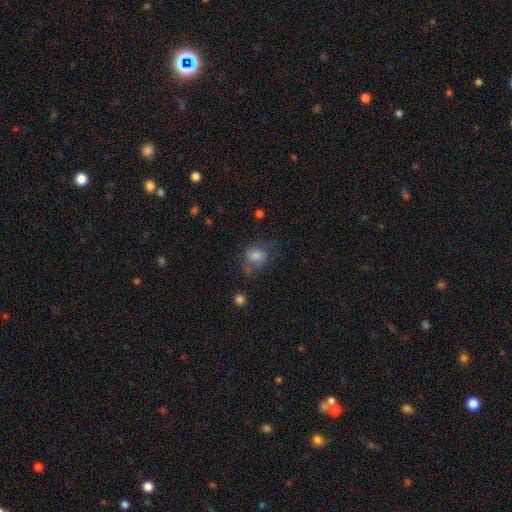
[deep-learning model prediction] This is possibly a smooth galaxy (54%). How rounded: possibly round (59%). Merging: possibly none (55%).